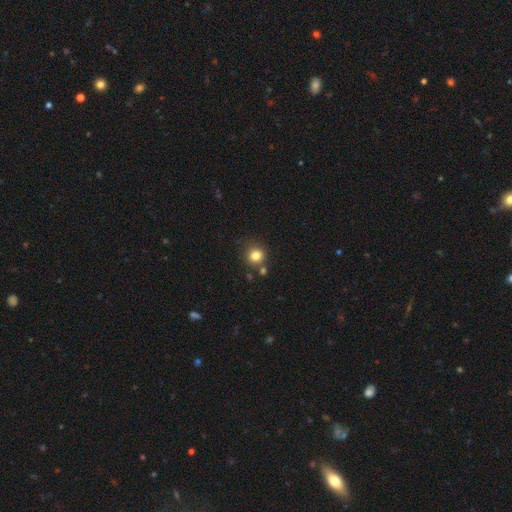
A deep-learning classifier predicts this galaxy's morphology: smooth-or-featured: smooth: 81% | star or artifact: 12% | featured or disk: 6%
  how-rounded: round: 89% | in between: 10% | cigar-shaped: 1%
  merging: none: 75% | minor disturbance: 11% | merger: 10% | major disturbance: 4%